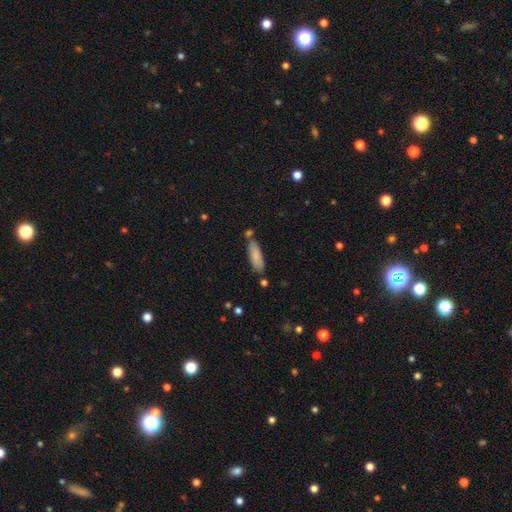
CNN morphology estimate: Smooth or featured?
  - smooth: 84% *
  - featured or disk: 10%
  - star or artifact: 6%
How rounded?
  - in between: 54% *
  - cigar-shaped: 45%
  - round: 2%
Merging?
  - none: 71% *
  - minor disturbance: 16%
  - merger: 10%
  - major disturbance: 3%